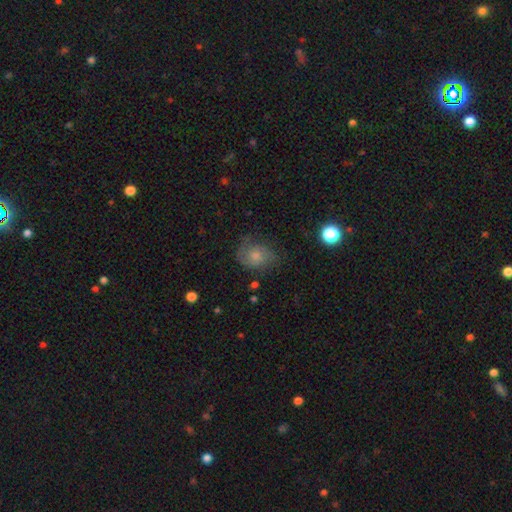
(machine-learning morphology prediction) The model was most divided on "smooth or featured": featured or disk: 46%, smooth: 38%, star or artifact: 16%. More confident: merging — none (68%).